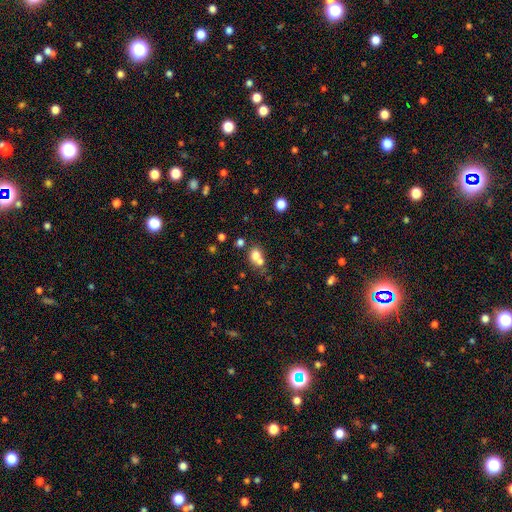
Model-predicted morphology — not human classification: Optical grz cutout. It shows a smooth galaxy with no disk features (72%) that is round (64%). Merging: merger (54%).